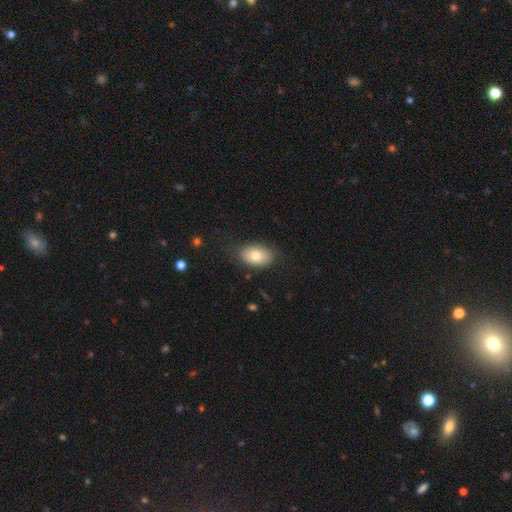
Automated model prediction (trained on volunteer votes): smooth-or-featured: smooth: 78% | featured or disk: 15% | star or artifact: 8%
  how-rounded: in between: 87% | round: 12% | cigar-shaped: 1%
  merging: none: 80% | minor disturbance: 15% | major disturbance: 4% | merger: 1%